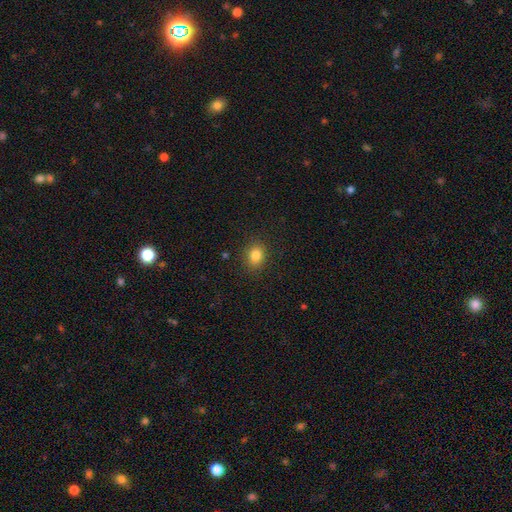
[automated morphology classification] Smooth or featured? smooth (83%)
How rounded? round (56%)
Merging? none (88%)